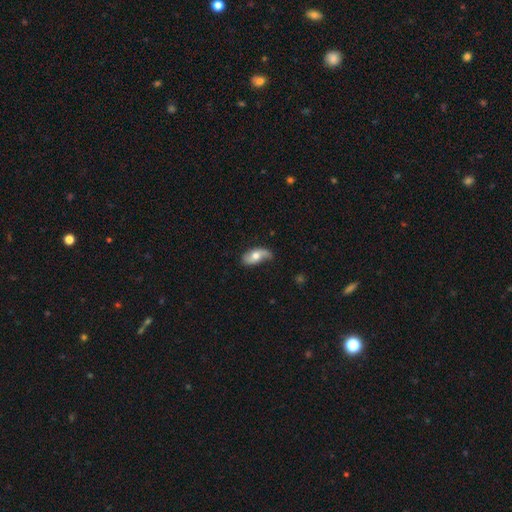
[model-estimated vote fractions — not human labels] Q: Smooth or featured?
A: featured or disk (50%); runner-up: smooth (43%)
Q: Edge-on disk?
A: no (88%); runner-up: yes (12%)
Q: Merging?
A: none (59%); runner-up: minor disturbance (30%)